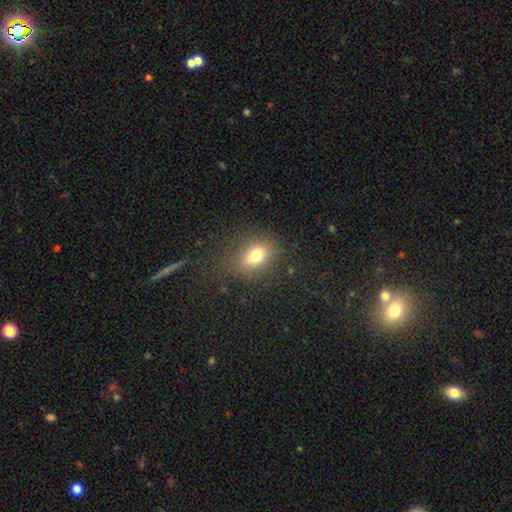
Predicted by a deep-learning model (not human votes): Smooth or featured? smooth (76%)
How rounded? in between (68%)
Merging? none (77%)